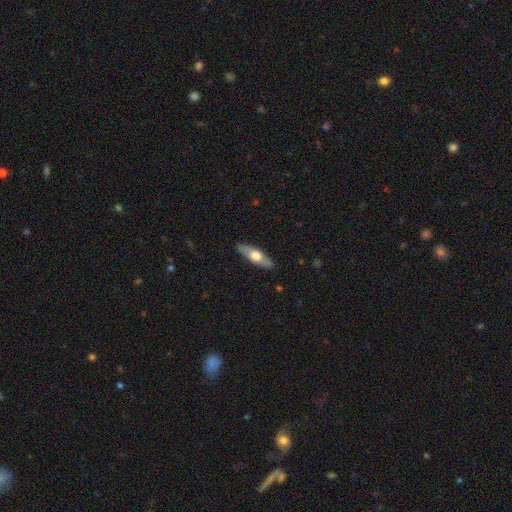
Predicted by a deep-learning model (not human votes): The model was most divided on "smooth or featured": smooth: 48%, featured or disk: 47%, star or artifact: 5%. More confident: merging — none (87%).